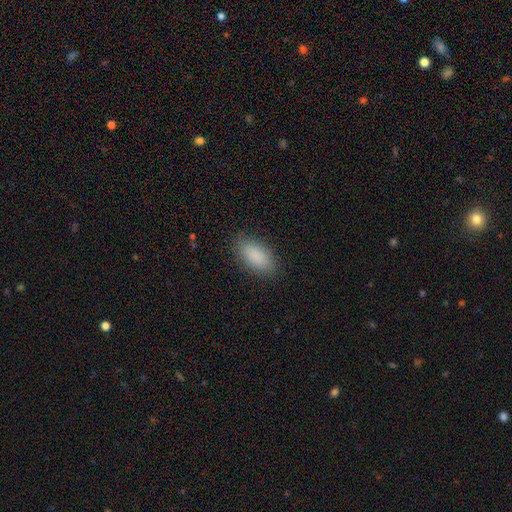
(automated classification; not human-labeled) This appears to be a smooth galaxy with no disk features (89%) that is in between round and cigar-shaped (90%). Merging: none (87%).